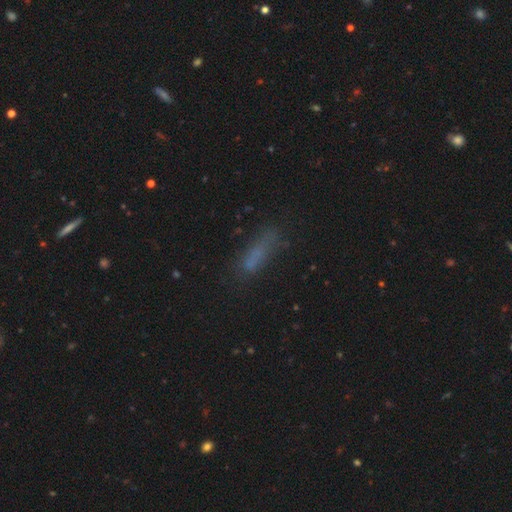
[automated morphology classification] smooth 64%, star or artifact 19%, featured or disk 17%. Down the decision tree: how rounded — cigar-shaped (66%); merging — none (60%).